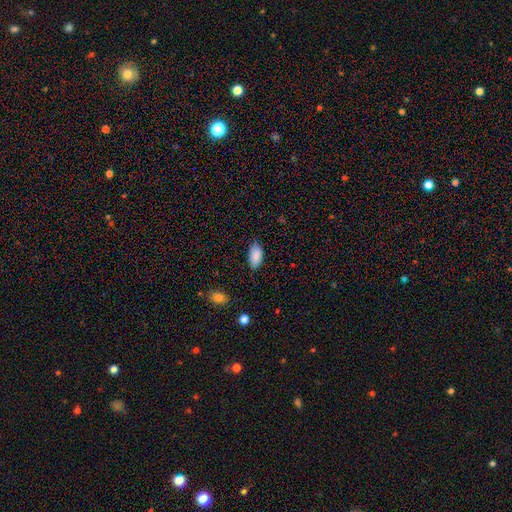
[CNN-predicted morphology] Smooth or featured? Predicted: smooth (p=0.88). How rounded? Predicted: in between (p=0.93). Merging? Predicted: none (p=0.81).